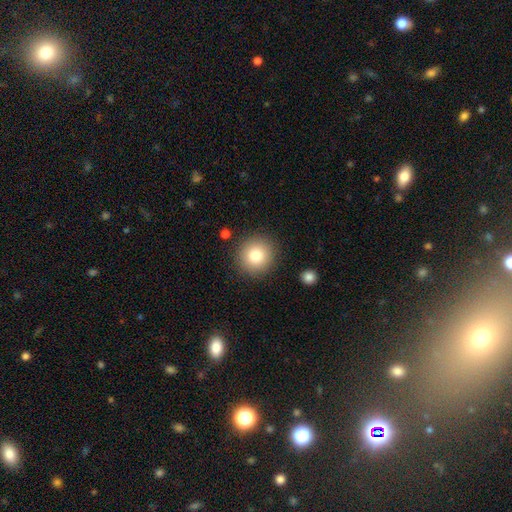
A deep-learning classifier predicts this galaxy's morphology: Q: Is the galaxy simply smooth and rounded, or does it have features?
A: smooth — 80%.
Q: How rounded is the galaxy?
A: round — 93%.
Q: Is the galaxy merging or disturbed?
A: none — 89%.